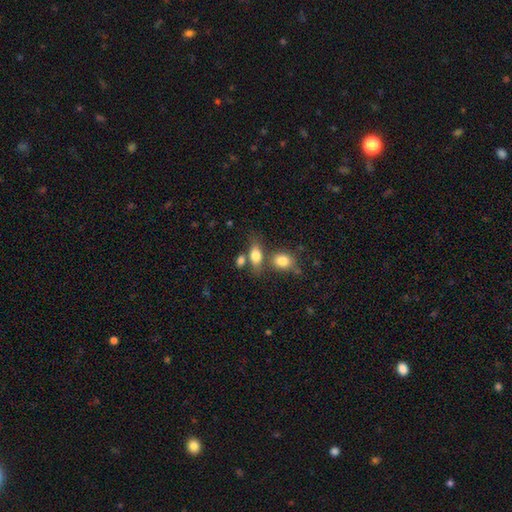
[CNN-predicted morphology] This appears to be a smooth galaxy with no disk features (78%) that is in between round and cigar-shaped (79%). Merging: none (55%).